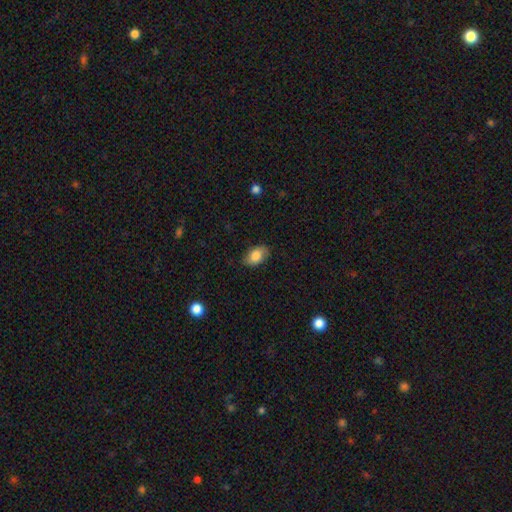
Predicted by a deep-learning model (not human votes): Smooth or featured: smooth — 82% (featured or disk — 11%)
How rounded: in between — 90% (round — 9%)
Merging: none — 79% (minor disturbance — 16%)